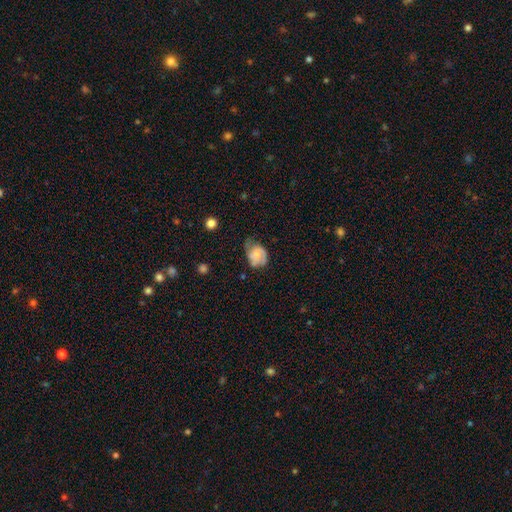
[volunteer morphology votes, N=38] smooth_or_featured: featured or disk (p=0.68) [alt: smooth p=0.29]
disk_edge_on: no (p=1.00)
bar: no (p=0.62) [alt: weak p=0.35]
has_spiral_arms: yes (p=0.85) [alt: no p=0.15]
spiral_winding: tight (p=0.50) [alt: medium p=0.32]
spiral_arm_count: 2 (p=0.50) [alt: 1 p=0.18]
bulge_size: moderate (p=0.50) [alt: small p=0.31]
merging: minor disturbance (p=0.35) [alt: none p=0.32]